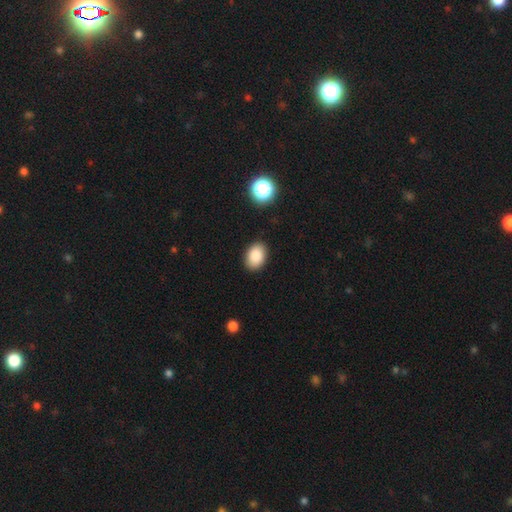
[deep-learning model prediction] Smooth or featured? Predicted: smooth (p=0.87). How rounded? Predicted: in between (p=0.83). Merging? Predicted: none (p=0.88).